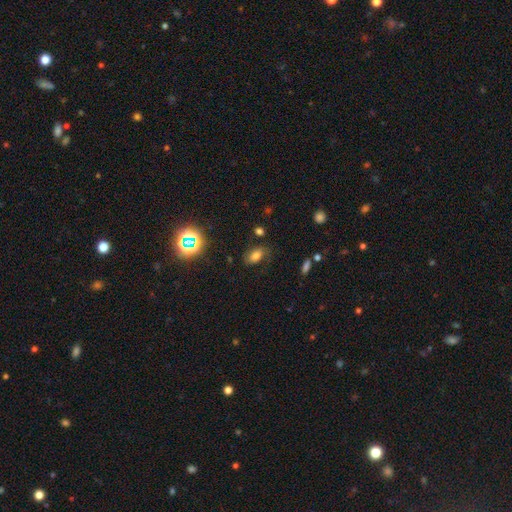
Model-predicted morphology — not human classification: Smooth or featured? Predicted: smooth (p=0.64). How rounded? Predicted: in between (p=0.86). Merging? Predicted: none (p=0.74).